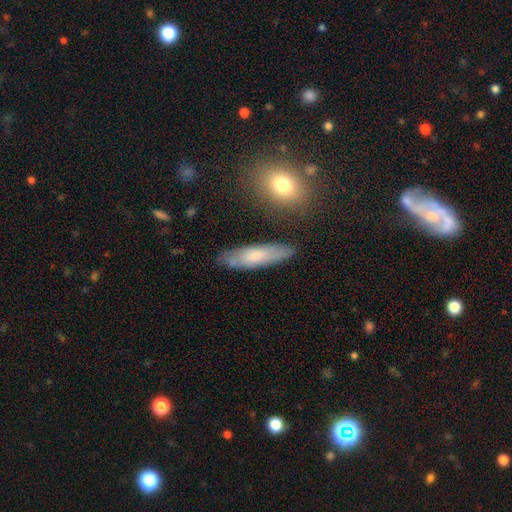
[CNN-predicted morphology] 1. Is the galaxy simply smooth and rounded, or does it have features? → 64% smooth, 29% featured or disk, 7% star or artifact.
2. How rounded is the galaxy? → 58% cigar-shaped, 39% in between, 2% round.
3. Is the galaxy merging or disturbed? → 76% none, 17% minor disturbance, 4% merger, 4% major disturbance.